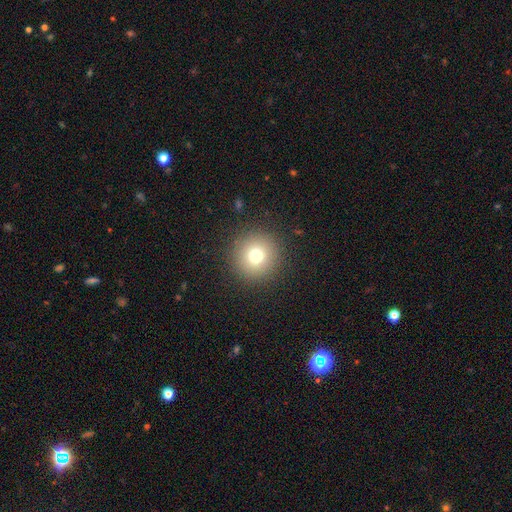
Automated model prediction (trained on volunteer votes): Smooth or featured? smooth (76%)
How rounded? round (95%)
Merging? none (91%)